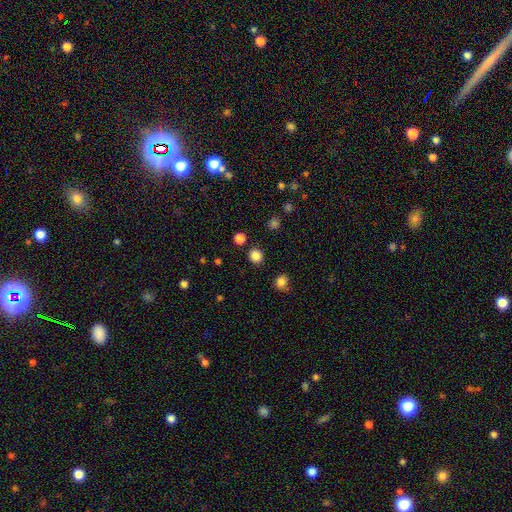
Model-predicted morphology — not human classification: A smooth galaxy with no disk features (84%) that is round (88%).

Vote fractions:
- Smooth or featured? smooth: 84% / star or artifact: 13% / featured or disk: 3%
- How rounded? round: 88% / in between: 11% / cigar-shaped: 1%
- Merging? none: 90% / minor disturbance: 6% / merger: 2% / major disturbance: 2%